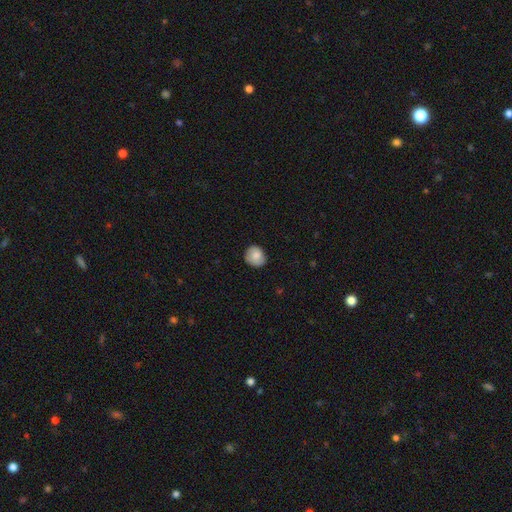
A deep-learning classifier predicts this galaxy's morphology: Smooth or featured: smooth — 75% (featured or disk — 17%)
How rounded: round — 76% (in between — 23%)
Merging: none — 81% (minor disturbance — 15%)